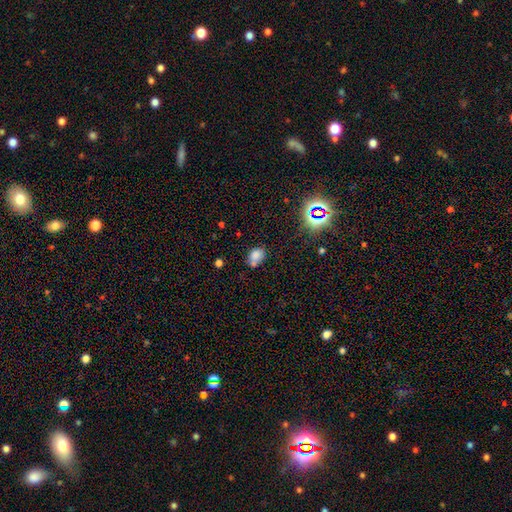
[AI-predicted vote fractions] Smooth or featured: smooth — 73% (star or artifact — 17%)
How rounded: in between — 63% (round — 35%)
Merging: none — 52% (merger — 22%)